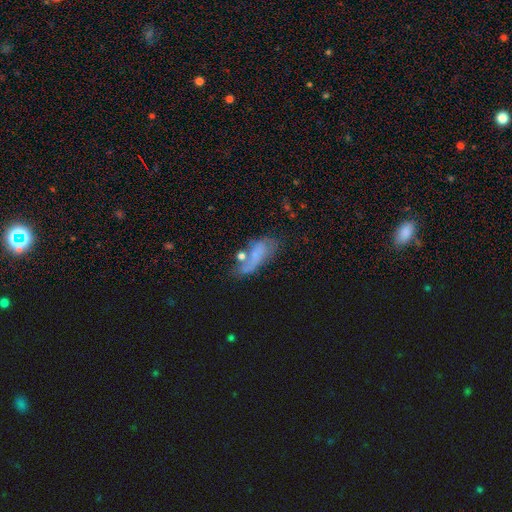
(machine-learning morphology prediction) The model was most divided on "smooth or featured": smooth: 49%, featured or disk: 39%, star or artifact: 12%. Remaining: merging — none (36%).